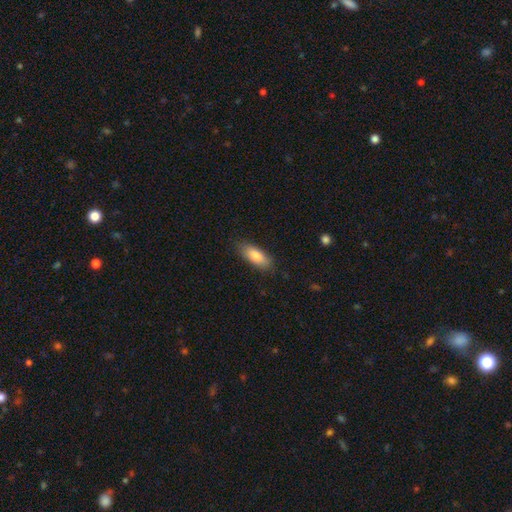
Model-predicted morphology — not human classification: A smooth galaxy with no disk features (84%) that is in between round and cigar-shaped (75%).

Vote fractions:
- Smooth or featured? smooth: 84% / featured or disk: 10% / star or artifact: 6%
- How rounded? in between: 75% / cigar-shaped: 23% / round: 2%
- Merging? none: 84% / minor disturbance: 13% / major disturbance: 3% / merger: 1%